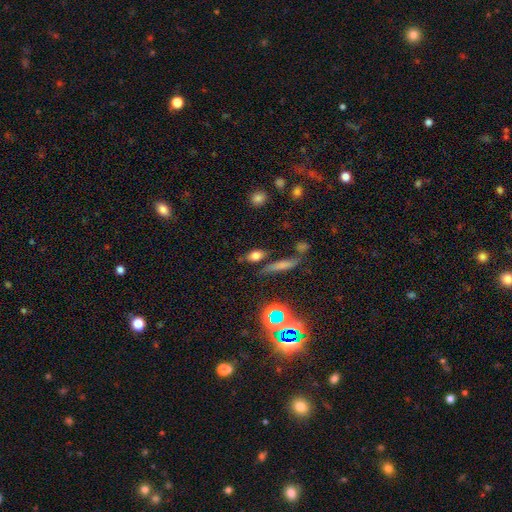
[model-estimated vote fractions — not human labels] Smooth or featured: smooth — 71% (star or artifact — 15%)
How rounded: in between — 71% (cigar-shaped — 16%)
Merging: none — 71% (minor disturbance — 14%)